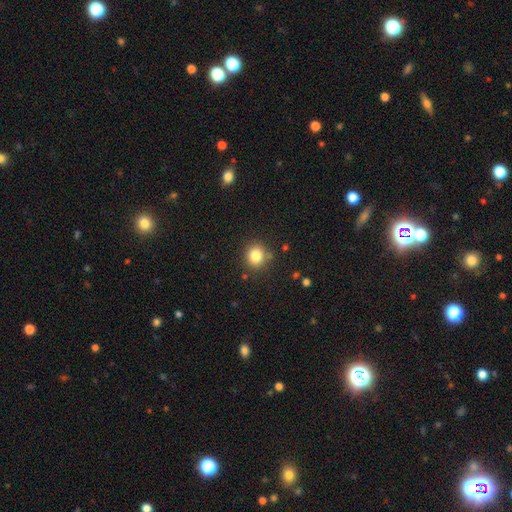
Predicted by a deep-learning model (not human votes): Smooth or featured? smooth (82%)
How rounded? round (85%)
Merging? none (84%)